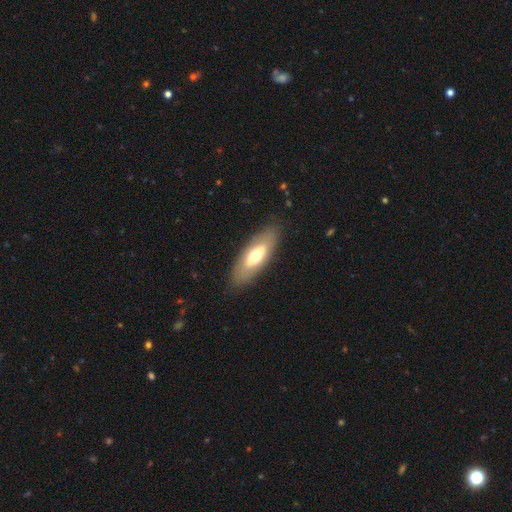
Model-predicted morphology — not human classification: smooth-or-featured: smooth: 57% | featured or disk: 37% | star or artifact: 6%
  how-rounded: in between: 76% | cigar-shaped: 22% | round: 3%
  merging: none: 84% | minor disturbance: 11% | major disturbance: 4% | merger: 1%